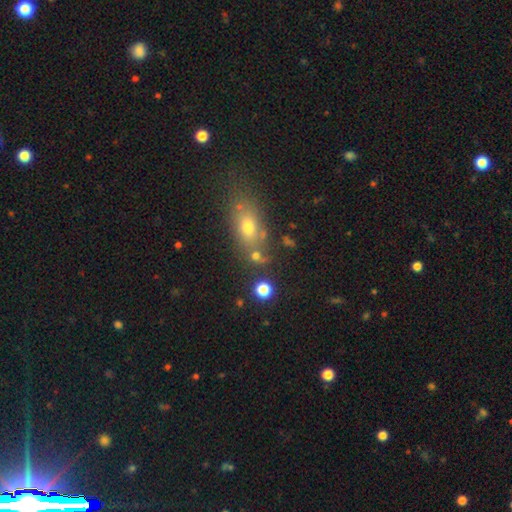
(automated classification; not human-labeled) This appears to be a smooth galaxy with no disk features (68%) that is round (53%). Merging: none (58%).